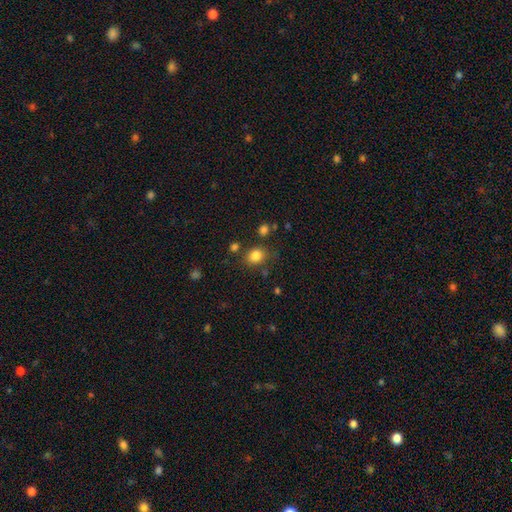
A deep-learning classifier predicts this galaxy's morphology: The model was most divided on "how rounded": round: 54%, in between: 45%, cigar-shaped: 1%. More confident: smooth or featured — smooth (83%); merging — none (77%).